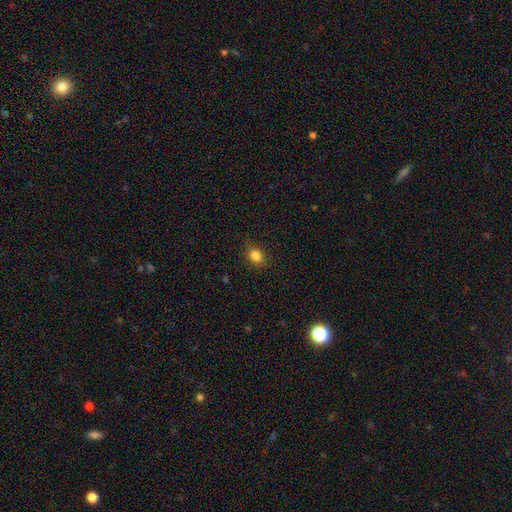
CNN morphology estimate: The model was most divided on "how rounded": in between: 56%, round: 43%, cigar-shaped: 1%. More confident: merging — none (85%); smooth or featured — smooth (84%).